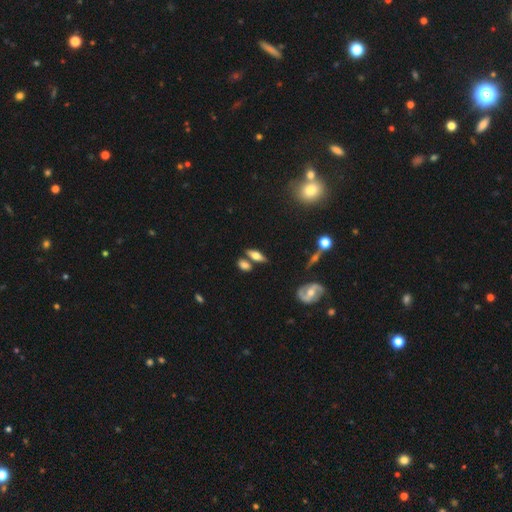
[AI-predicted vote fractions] smooth-or-featured: smooth: 46% | featured or disk: 45% | star or artifact: 8%
  merging: none: 72% | merger: 12% | minor disturbance: 12% | major disturbance: 3%